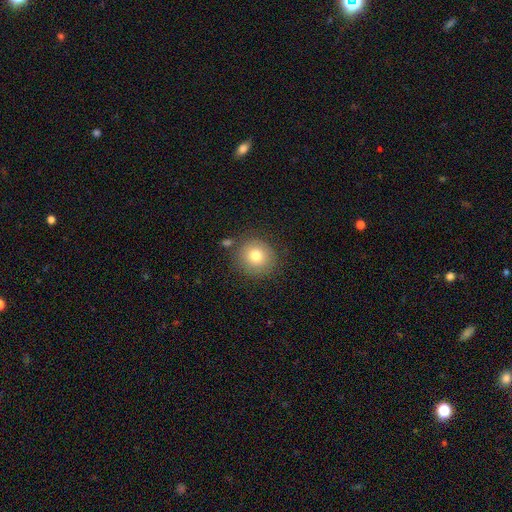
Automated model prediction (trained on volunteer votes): A smooth galaxy with no disk features (76%) that is round (91%). Merging: none (81%).